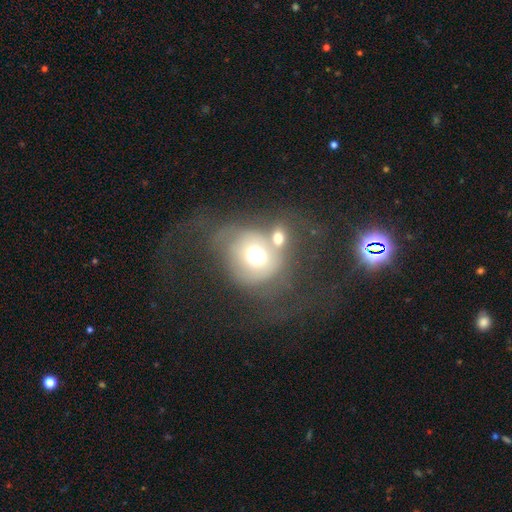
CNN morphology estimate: A smooth galaxy with no disk features (57%) that is round (77%). Merging: merger (37%).